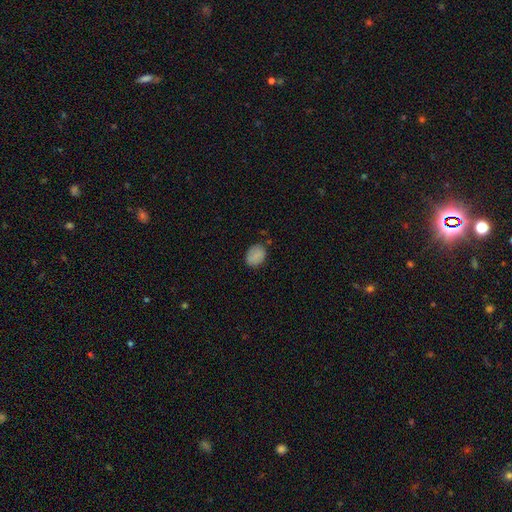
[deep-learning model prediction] Morphology: type=smooth (84%); roundness=in between (59%); merging=none (79%).